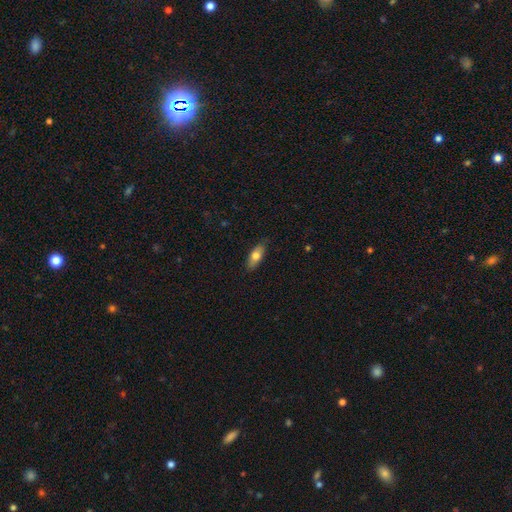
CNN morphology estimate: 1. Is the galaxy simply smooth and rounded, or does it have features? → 73% smooth, 21% featured or disk, 6% star or artifact.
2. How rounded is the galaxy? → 77% in between, 20% cigar-shaped, 3% round.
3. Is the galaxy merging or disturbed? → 83% none, 14% minor disturbance, 2% major disturbance, 1% merger.